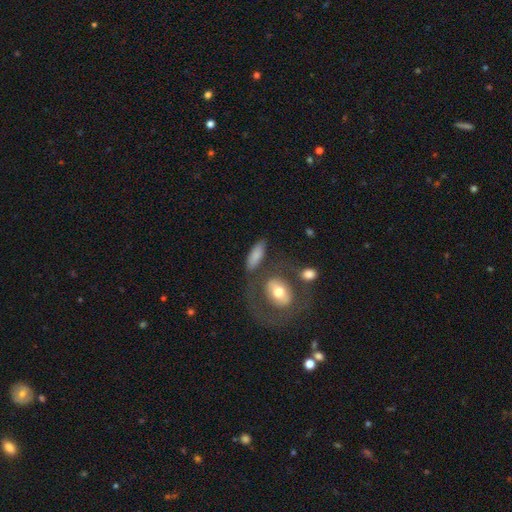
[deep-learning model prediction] smooth-or-featured: smooth: 76% | featured or disk: 17% | star or artifact: 6%
  how-rounded: in between: 62% | cigar-shaped: 31% | round: 7%
  merging: none: 65% | minor disturbance: 15% | merger: 13% | major disturbance: 7%